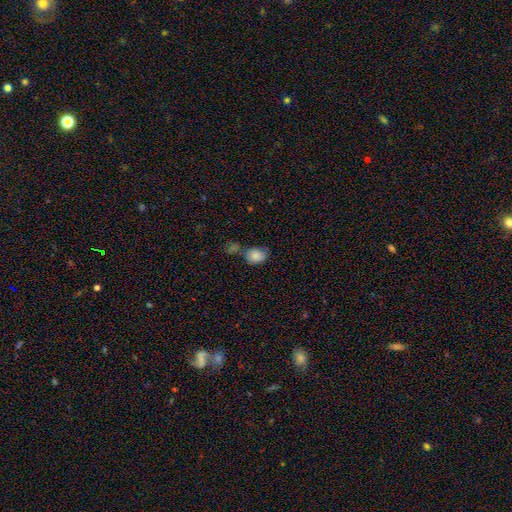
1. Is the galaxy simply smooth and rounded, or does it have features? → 87% smooth, 8% featured or disk, 5% star or artifact.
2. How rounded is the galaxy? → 85% in between, 12% round, 3% cigar-shaped.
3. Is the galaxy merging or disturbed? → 54% none, 24% merger, 14% minor disturbance, 8% major disturbance.